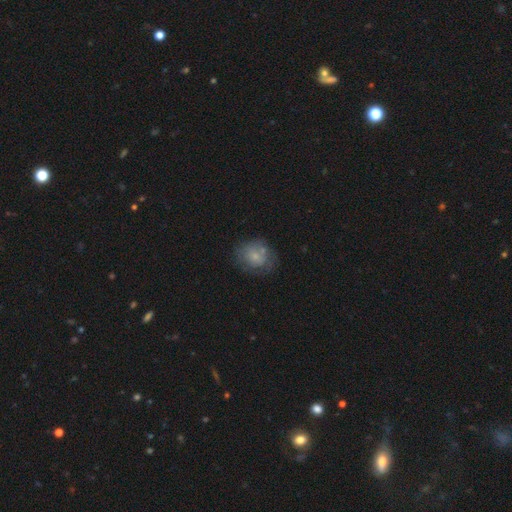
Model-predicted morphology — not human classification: type=smooth (64%); roundness=round (68%); merging=none (55%).